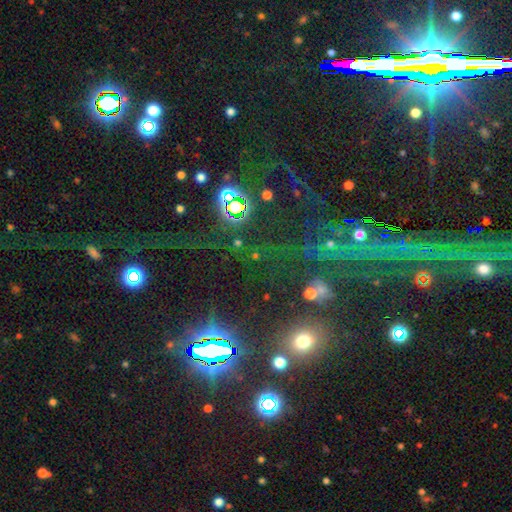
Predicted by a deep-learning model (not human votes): star or artifact 70%, smooth 18%, featured or disk 13%.